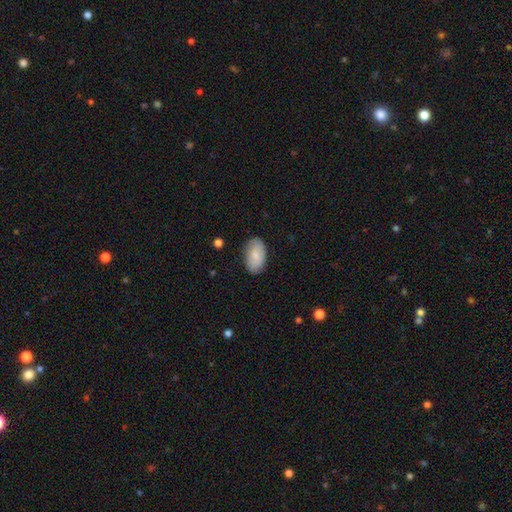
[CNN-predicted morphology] A smooth galaxy with no disk features (77%) that is in between round and cigar-shaped (94%). Merging: none (85%).